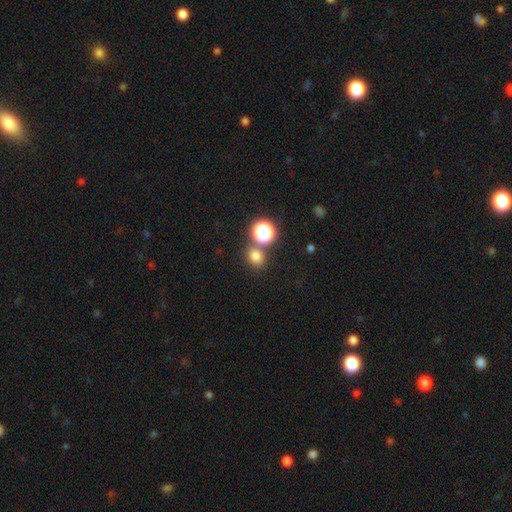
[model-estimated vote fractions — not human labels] The model was most divided on "how rounded": round: 64%, in between: 35%, cigar-shaped: 1%. More confident: smooth or featured — smooth (74%); merging — none (70%).